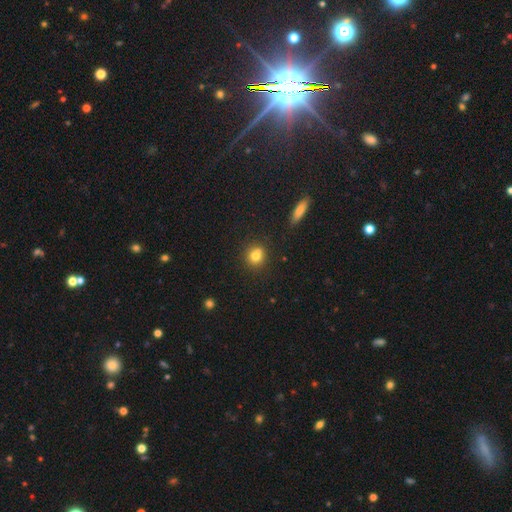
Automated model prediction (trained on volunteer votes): A smooth galaxy with no disk features (77%) that is round (84%).

Vote fractions:
- Smooth or featured? smooth: 77% / star or artifact: 13% / featured or disk: 10%
- How rounded? round: 84% / in between: 15% / cigar-shaped: 1%
- Merging? none: 65% / merger: 21% / minor disturbance: 11% / major disturbance: 3%